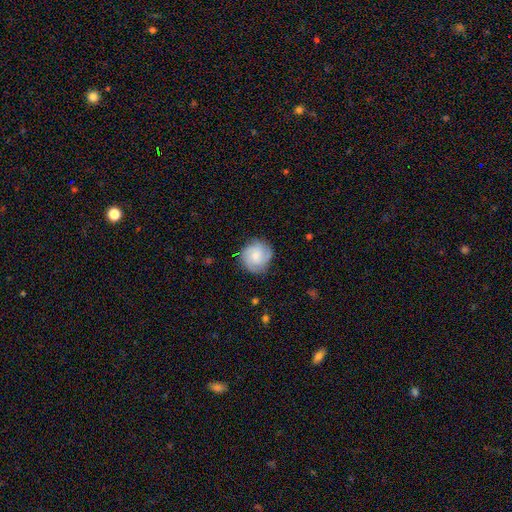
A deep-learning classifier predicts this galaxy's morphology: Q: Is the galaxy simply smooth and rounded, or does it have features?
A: featured or disk — 49%.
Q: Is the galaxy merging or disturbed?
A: none — 80%.